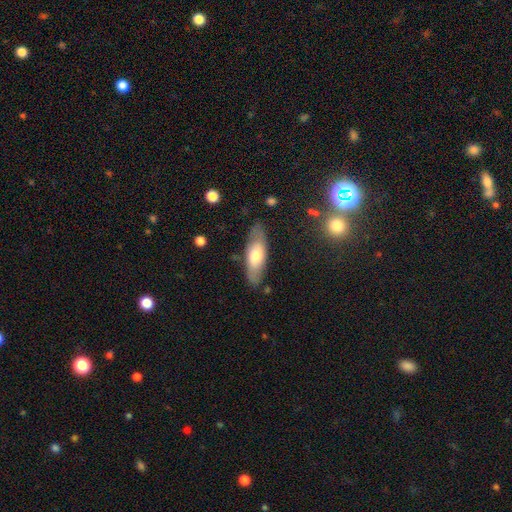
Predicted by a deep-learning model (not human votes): Overall: smooth (59%; featured or disk 35%). How rounded: in between (64%; cigar-shaped 34%). Merging: none (80%).